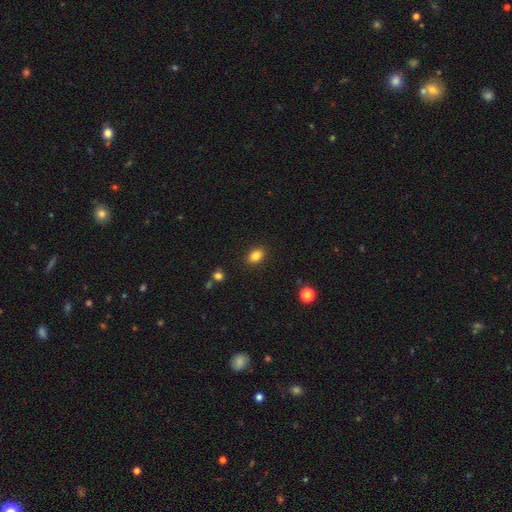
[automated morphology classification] Q: Smooth or featured?
A: smooth (84%); runner-up: star or artifact (10%)
Q: How rounded?
A: in between (73%); runner-up: round (26%)
Q: Merging?
A: none (89%); runner-up: minor disturbance (8%)